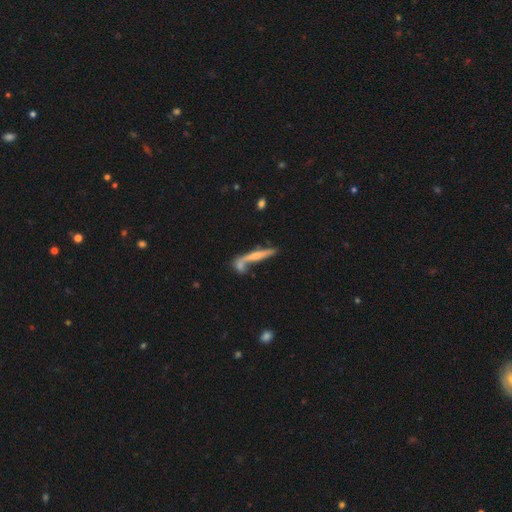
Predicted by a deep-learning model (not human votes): Smooth or featured? Predicted: featured or disk (p=0.50). Edge-on disk? Predicted: yes (p=0.86). Merging? Predicted: none (p=0.47).